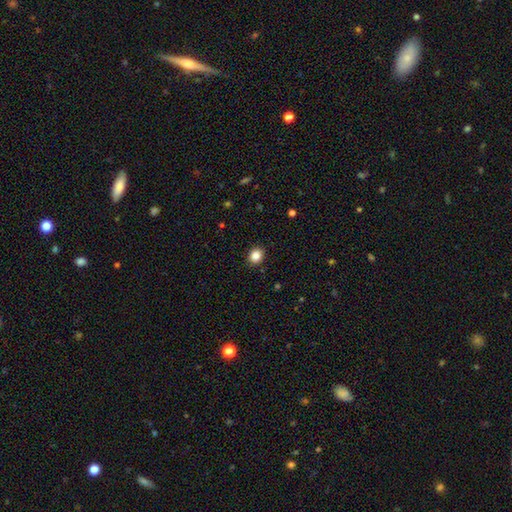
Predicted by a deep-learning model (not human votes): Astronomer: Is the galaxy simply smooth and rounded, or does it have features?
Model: smooth — 86%.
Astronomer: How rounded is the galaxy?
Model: round — 65%.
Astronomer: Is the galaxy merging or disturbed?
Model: none — 90%.